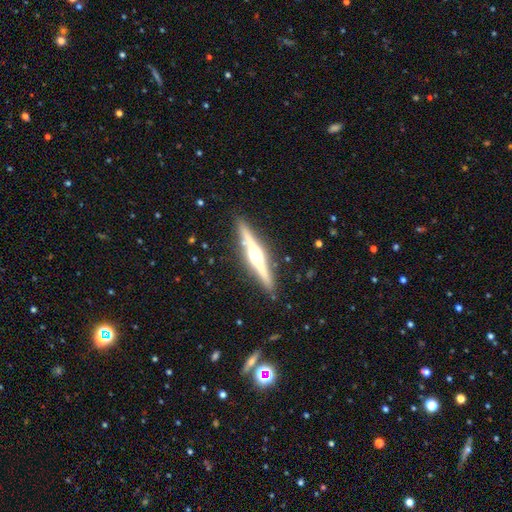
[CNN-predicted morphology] This appears to be a featured or disk galaxy (78%) viewed edge-on (98%) with a rounded central bulge (91%). Merging: none (89%).